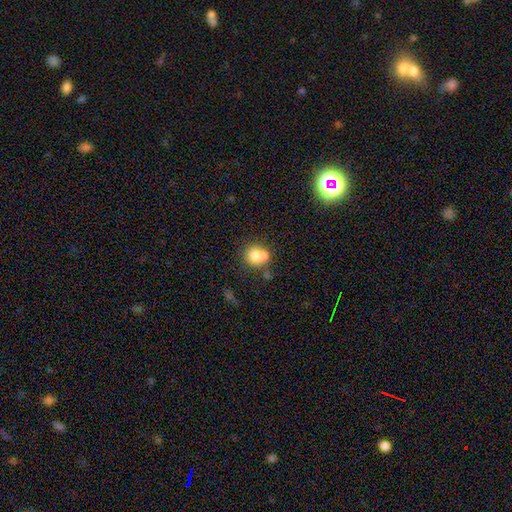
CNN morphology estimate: Overall: smooth (75%). How rounded: round (74%). Merging: none (42%; merger 40%).